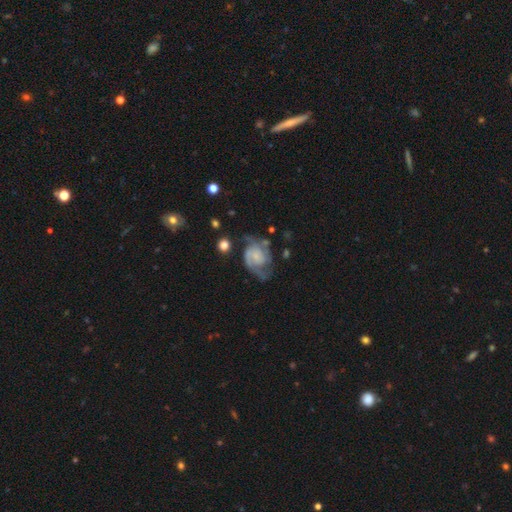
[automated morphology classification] Smooth or featured? Predicted: featured or disk (p=0.82). Edge-on disk? Predicted: no (p=0.98). Bar? Predicted: no (p=0.68). Spiral arms? Predicted: yes (p=0.95). Spiral winding? Predicted: medium (p=0.48). Spiral arm count? Predicted: 2 (p=0.74). Bulge size? Predicted: small (p=0.42). Merging? Predicted: none (p=0.54).